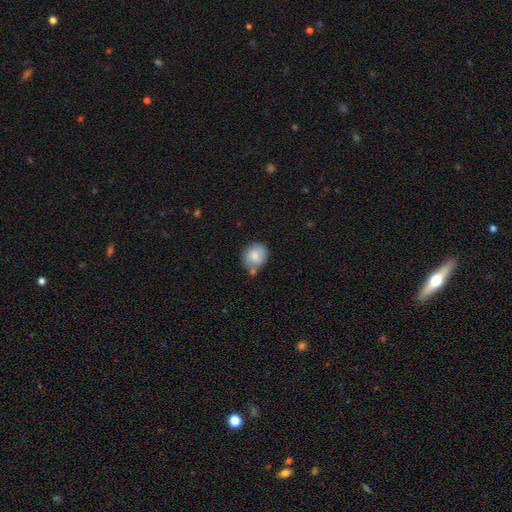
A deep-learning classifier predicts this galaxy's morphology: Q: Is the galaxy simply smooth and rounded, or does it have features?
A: smooth — 77%.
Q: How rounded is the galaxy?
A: round — 73%.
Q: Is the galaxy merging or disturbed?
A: none — 54%.